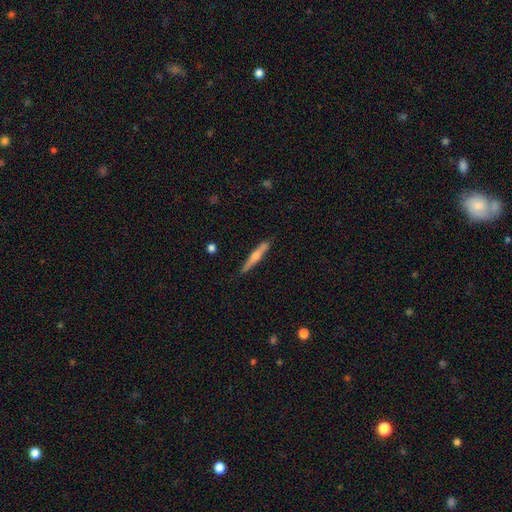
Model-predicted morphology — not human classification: Q: Smooth or featured?
A: featured or disk (50%); runner-up: smooth (44%)
Q: Edge-on disk?
A: yes (96%); runner-up: no (4%)
Q: Merging?
A: none (83%); runner-up: minor disturbance (12%)